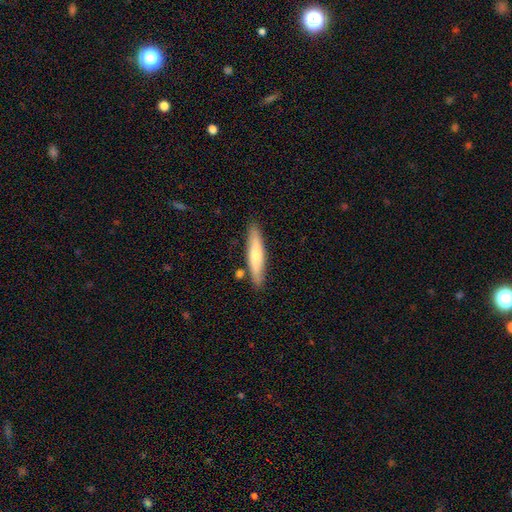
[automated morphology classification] Smooth or featured: smooth — 56% (featured or disk — 38%)
How rounded: cigar-shaped — 84% (in between — 14%)
Merging: none — 83% (minor disturbance — 11%)